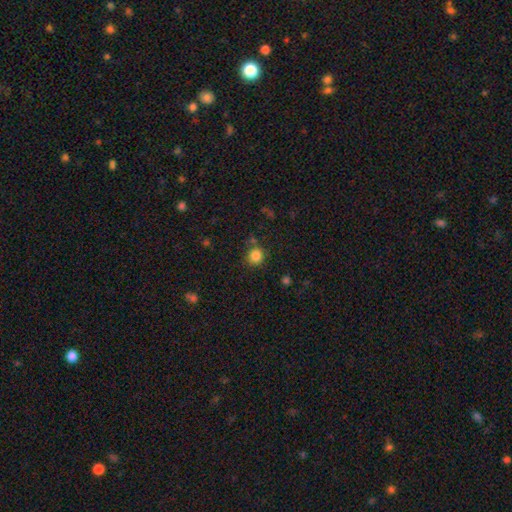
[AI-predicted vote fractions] Smooth or featured?
  - smooth: 83% *
  - star or artifact: 12%
  - featured or disk: 4%
How rounded?
  - round: 90% *
  - in between: 9%
  - cigar-shaped: 1%
Merging?
  - none: 81% *
  - minor disturbance: 10%
  - merger: 6%
  - major disturbance: 3%